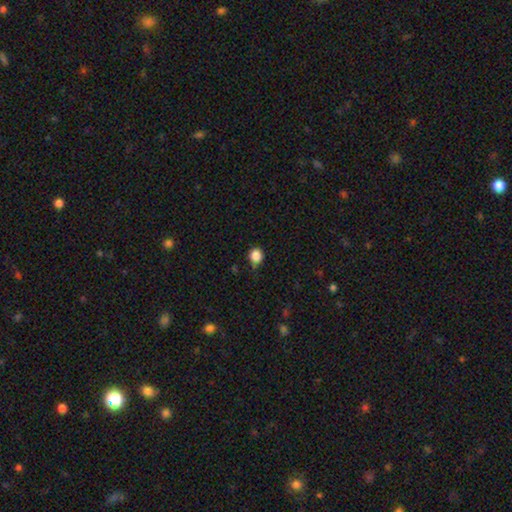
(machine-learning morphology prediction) Smooth or featured?
  - smooth: 85% *
  - star or artifact: 11%
  - featured or disk: 4%
How rounded?
  - round: 84% *
  - in between: 15%
  - cigar-shaped: 1%
Merging?
  - none: 69% *
  - minor disturbance: 24%
  - major disturbance: 4%
  - merger: 2%